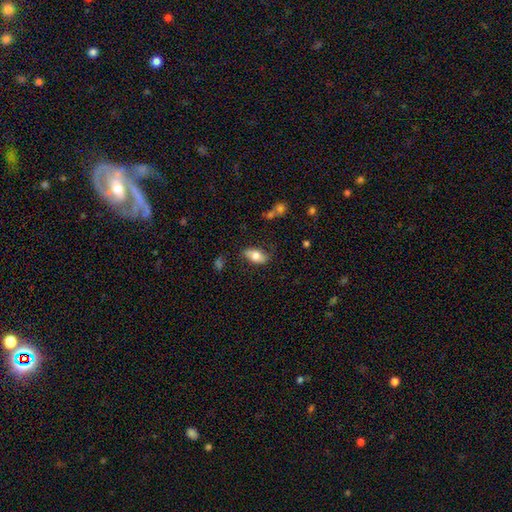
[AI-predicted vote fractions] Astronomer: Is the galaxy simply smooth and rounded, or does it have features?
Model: smooth — 71%.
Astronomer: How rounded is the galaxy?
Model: in between — 89%.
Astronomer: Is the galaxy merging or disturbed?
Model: none — 74%.